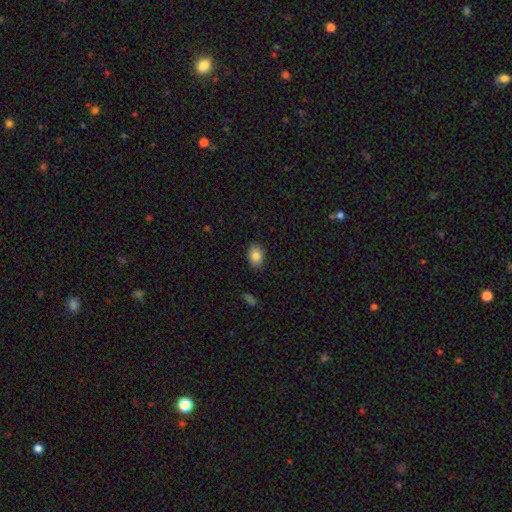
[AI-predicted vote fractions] Smooth or featured: smooth — 86% (star or artifact — 8%)
How rounded: in between — 76% (round — 23%)
Merging: none — 85% (minor disturbance — 11%)